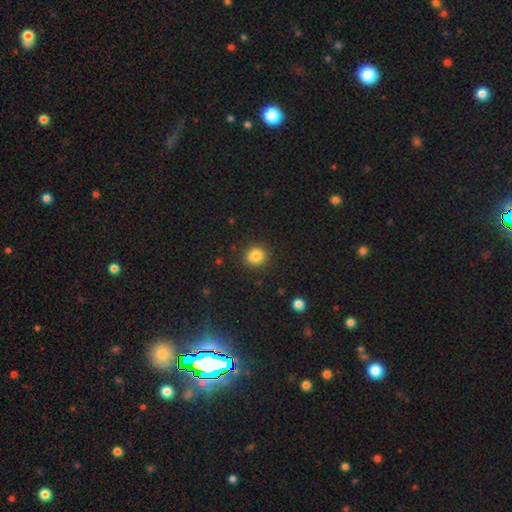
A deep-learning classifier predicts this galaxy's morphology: A smooth galaxy with no disk features (85%) that is round (86%). Merging: none (90%).